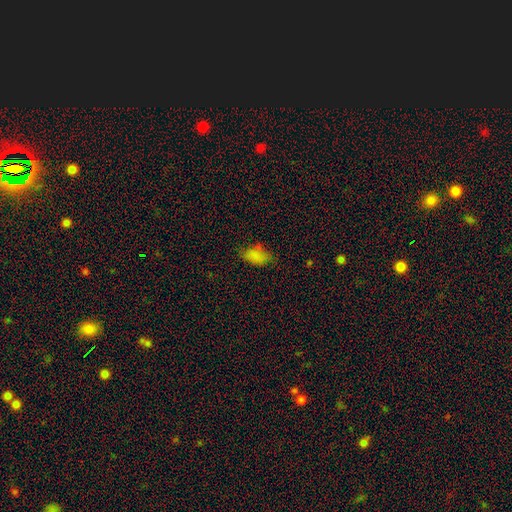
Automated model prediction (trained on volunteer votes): This is likely a smooth galaxy (77%). How rounded: clearly in between (91%). Merging: possibly none (58%).